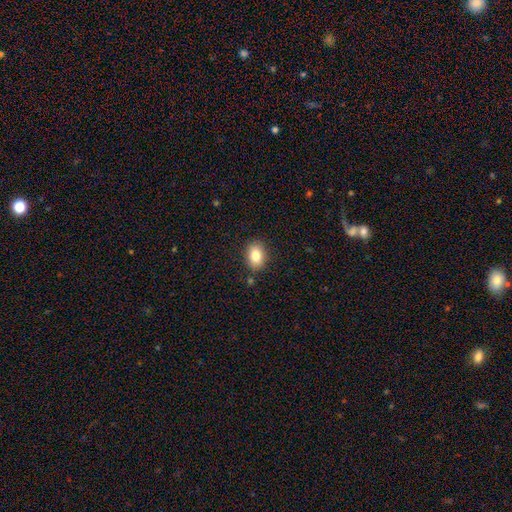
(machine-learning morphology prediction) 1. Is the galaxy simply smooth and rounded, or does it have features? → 82% smooth, 9% featured or disk, 9% star or artifact.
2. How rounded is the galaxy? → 73% in between, 26% round, 1% cigar-shaped.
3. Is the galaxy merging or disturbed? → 84% none, 11% minor disturbance, 3% major disturbance, 2% merger.